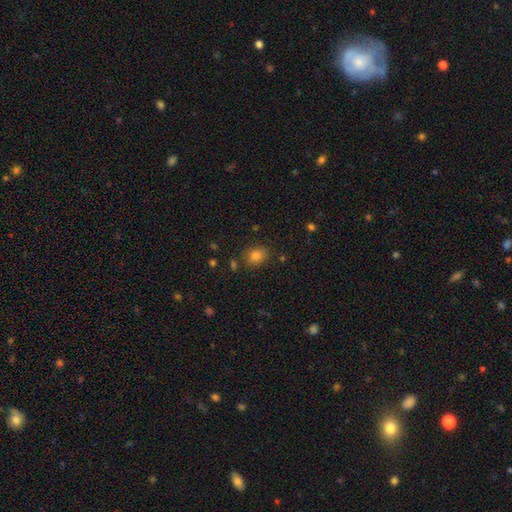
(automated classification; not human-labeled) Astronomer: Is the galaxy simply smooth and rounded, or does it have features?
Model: smooth — 78%.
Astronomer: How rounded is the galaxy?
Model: round — 59% (runner-up: in between, 40%).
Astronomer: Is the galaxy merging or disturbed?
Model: none — 82%.